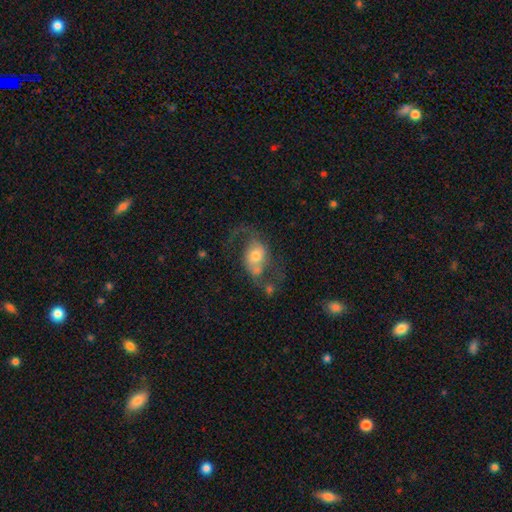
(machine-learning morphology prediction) Overall: featured or disk (64%; smooth 28%). Edge-on disk: no (95%). Bar: no (56%; weak 32%). Spiral arms: yes (79%). Bulge size: moderate (61%; small 22%). Merging: none (46%; major disturbance 27%).